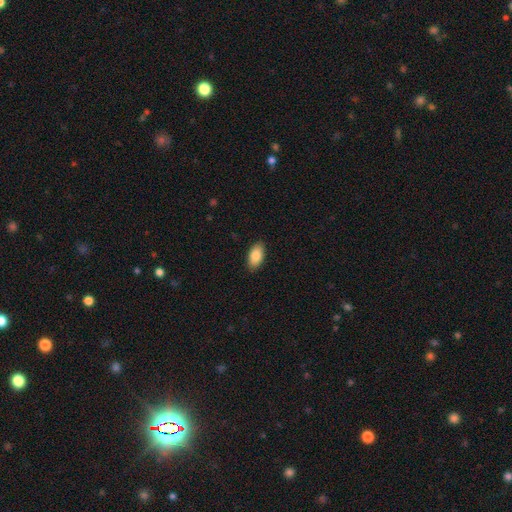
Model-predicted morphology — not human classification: Q: Smooth or featured?
A: smooth (87%); runner-up: star or artifact (6%)
Q: How rounded?
A: in between (94%); runner-up: cigar-shaped (3%)
Q: Merging?
A: none (88%); runner-up: minor disturbance (9%)